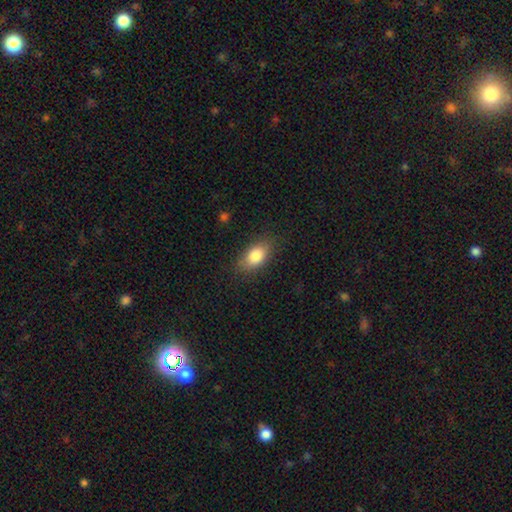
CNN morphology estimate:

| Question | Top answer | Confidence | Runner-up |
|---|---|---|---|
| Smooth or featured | smooth | 82% | featured or disk (10%) |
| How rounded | in between | 87% | round (9%) |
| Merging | none | 81% | minor disturbance (14%) |